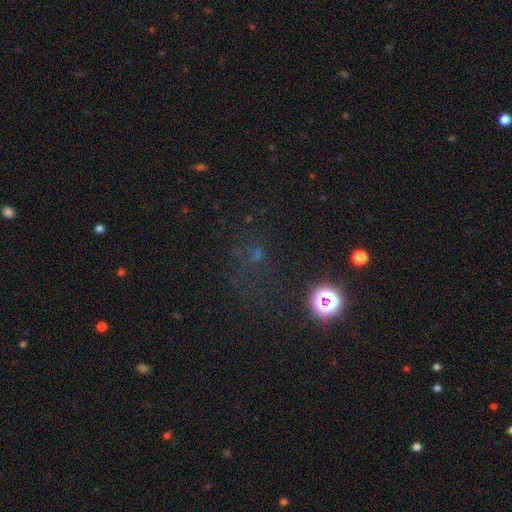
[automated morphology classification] Q: Smooth or featured?
A: star or artifact (57%); runner-up: smooth (29%)